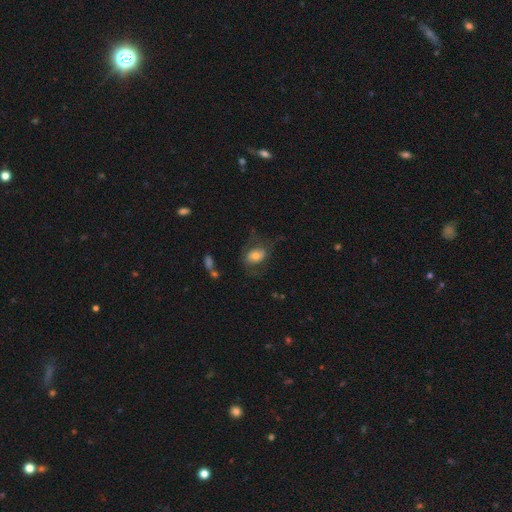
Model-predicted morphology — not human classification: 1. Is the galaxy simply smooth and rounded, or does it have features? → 54% smooth, 37% featured or disk, 9% star or artifact.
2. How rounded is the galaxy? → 65% in between, 33% round, 1% cigar-shaped.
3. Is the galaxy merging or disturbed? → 50% none, 26% major disturbance, 21% minor disturbance, 3% merger.